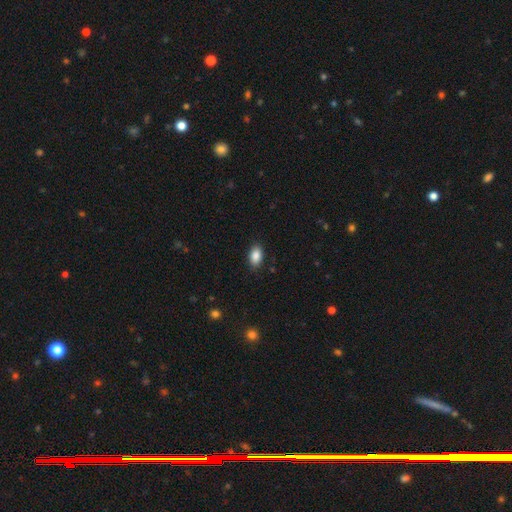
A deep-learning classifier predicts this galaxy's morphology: smooth 88%, star or artifact 8%, featured or disk 5%. Down the decision tree: how rounded — in between (91%); merging — none (87%).